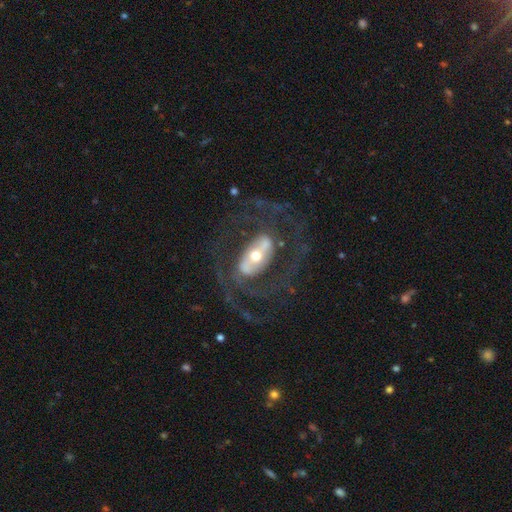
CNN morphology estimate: Smooth or featured?
  - featured or disk: 86% *
  - smooth: 9%
  - star or artifact: 5%
Edge-on disk?
  - no: 94% *
  - yes: 6%
Bar?
  - strong: 43% *
  - weak: 30%
  - no: 26%
Spiral arms?
  - yes: 90% *
  - no: 10%
Spiral winding?
  - medium: 50% *
  - loose: 25%
  - tight: 25%
Spiral arm count?
  - 2: 73% *
  - can't tell: 10%
  - 3: 7%
  - 4: 4%
  - 1: 3%
  - more than 4: 3%
Bulge size?
  - moderate: 60% *
  - small: 25%
  - large: 11%
  - dominant: 2%
  - none: 1%
Merging?
  - none: 66% *
  - major disturbance: 18%
  - minor disturbance: 14%
  - merger: 3%